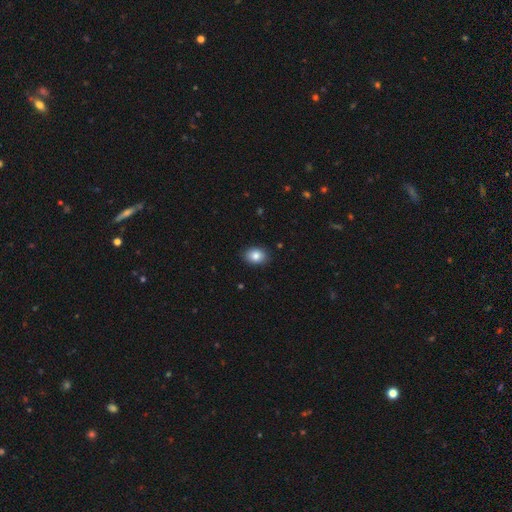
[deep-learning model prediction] Morphology: type=smooth (85%); roundness=in between (70%); merging=none (89%).